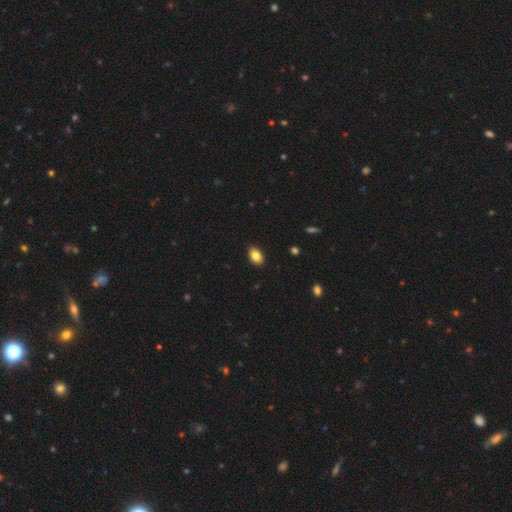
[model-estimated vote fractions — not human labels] A smooth galaxy with no disk features (84%) that is in between round and cigar-shaped (87%). Merging: none (88%).